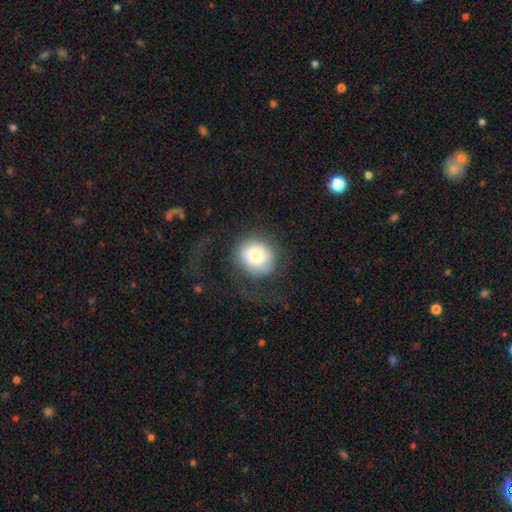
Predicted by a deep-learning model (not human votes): Morphology: type=smooth (70%); roundness=round (87%); merging=none (57%).